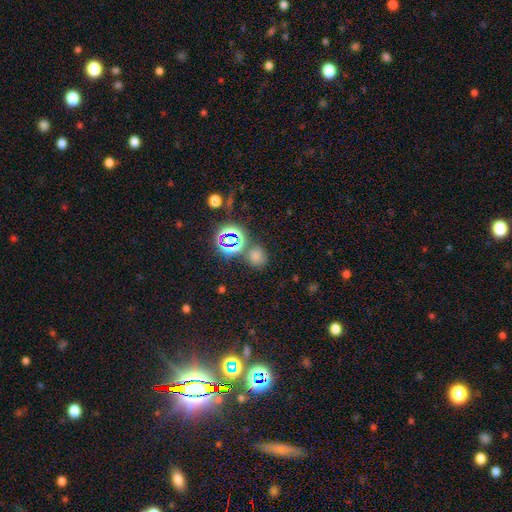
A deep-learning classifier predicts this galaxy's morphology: A smooth galaxy with no disk features (61%) that is round (78%).

Vote fractions:
- Smooth or featured? smooth: 61% / star or artifact: 32% / featured or disk: 7%
- How rounded? round: 78% / in between: 21% / cigar-shaped: 1%
- Merging? none: 73% / minor disturbance: 12% / merger: 11% / major disturbance: 4%